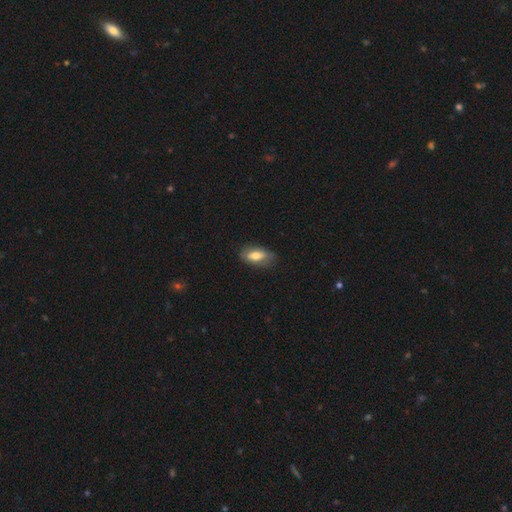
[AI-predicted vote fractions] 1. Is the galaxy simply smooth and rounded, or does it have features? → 72% smooth, 21% featured or disk, 7% star or artifact.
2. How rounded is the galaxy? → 87% in between, 9% cigar-shaped, 4% round.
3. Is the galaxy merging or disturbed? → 72% none, 21% minor disturbance, 5% major disturbance, 1% merger.